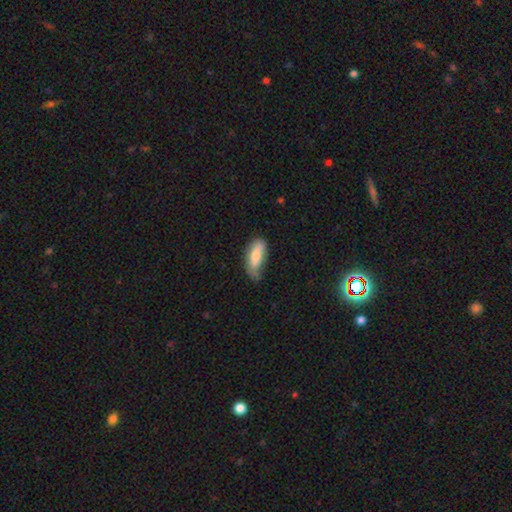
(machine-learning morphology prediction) The model was most divided on "merging" (2-way tie): none: 42%, minor disturbance: 42%, major disturbance: 13%, merger: 3%. More confident: how rounded — in between (77%); smooth or featured — smooth (74%).